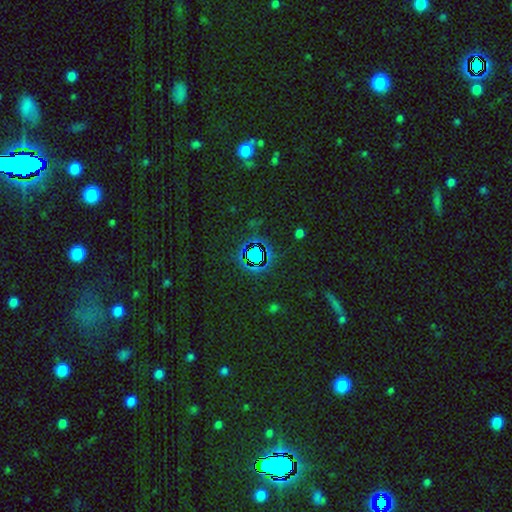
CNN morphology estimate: Smooth or featured?
  - star or artifact: 76% *
  - smooth: 15%
  - featured or disk: 9%